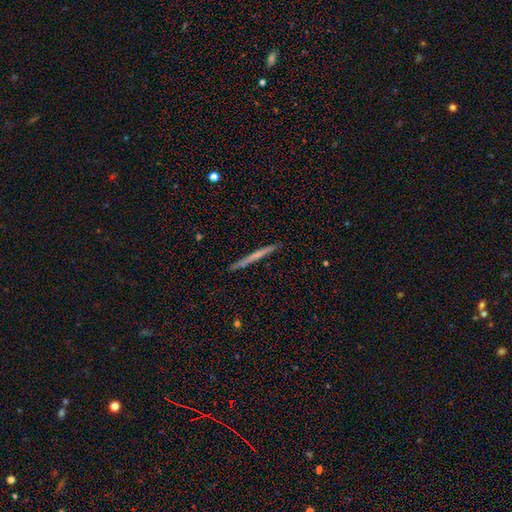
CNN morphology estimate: type=smooth (50%); merging=none (91%).